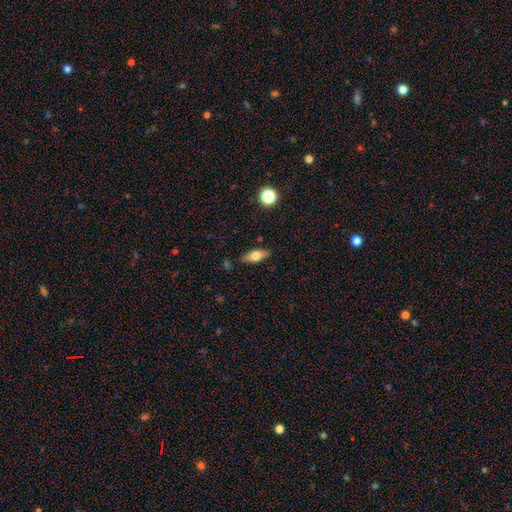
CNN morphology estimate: smooth-or-featured: smooth: 67% | featured or disk: 26% | star or artifact: 8%
  how-rounded: in between: 80% | cigar-shaped: 16% | round: 4%
  merging: none: 83% | minor disturbance: 12% | major disturbance: 3% | merger: 2%